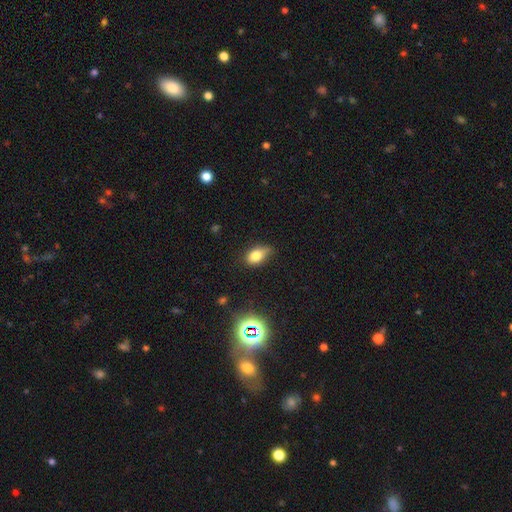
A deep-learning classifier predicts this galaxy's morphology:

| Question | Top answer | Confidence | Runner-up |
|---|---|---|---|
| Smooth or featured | smooth | 76% | star or artifact (12%) |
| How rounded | in between | 83% | round (14%) |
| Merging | none | 59% | minor disturbance (32%) |